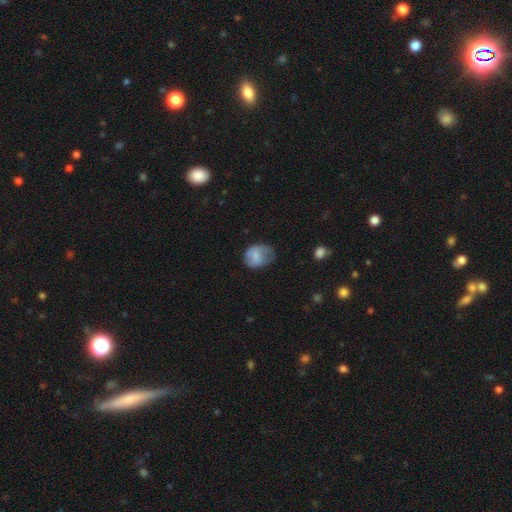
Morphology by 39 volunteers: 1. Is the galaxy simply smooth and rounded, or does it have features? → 67% smooth, 31% featured or disk, 3% star or artifact.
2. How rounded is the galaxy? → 73% in between, 27% round, 0% cigar-shaped.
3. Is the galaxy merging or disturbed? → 42% none, 32% minor disturbance, 26% major disturbance, 0% merger.